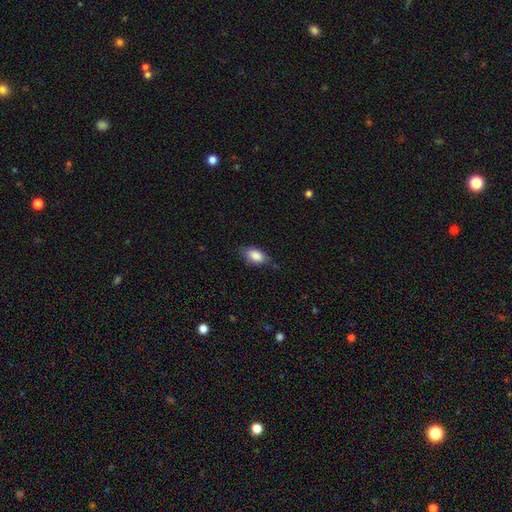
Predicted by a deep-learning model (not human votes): A smooth galaxy with no disk features (84%) that is in between round and cigar-shaped (89%).

Vote fractions:
- Smooth or featured? smooth: 84% / featured or disk: 9% / star or artifact: 7%
- How rounded? in between: 89% / round: 6% / cigar-shaped: 5%
- Merging? none: 65% / minor disturbance: 27% / major disturbance: 6% / merger: 2%